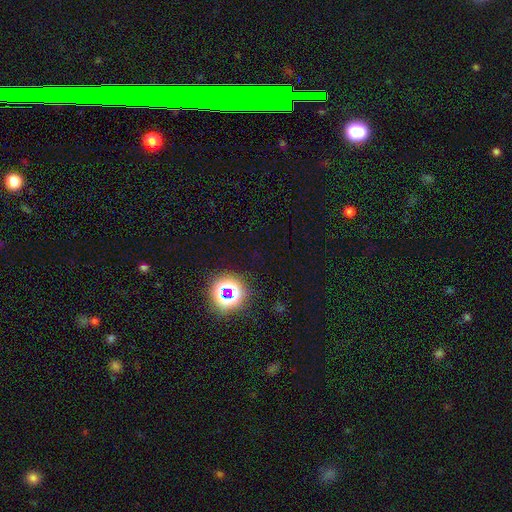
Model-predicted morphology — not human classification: Smooth or featured: star or artifact — 71% (smooth — 21%)